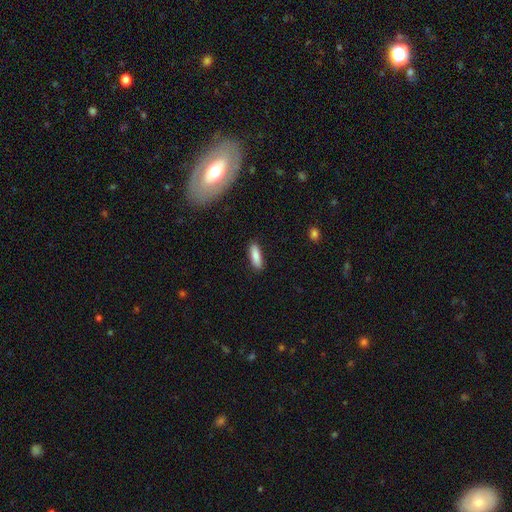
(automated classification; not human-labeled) smooth-or-featured: smooth: 85% | featured or disk: 9% | star or artifact: 6%
  how-rounded: in between: 51% | cigar-shaped: 47% | round: 2%
  merging: none: 88% | minor disturbance: 9% | major disturbance: 2% | merger: 1%